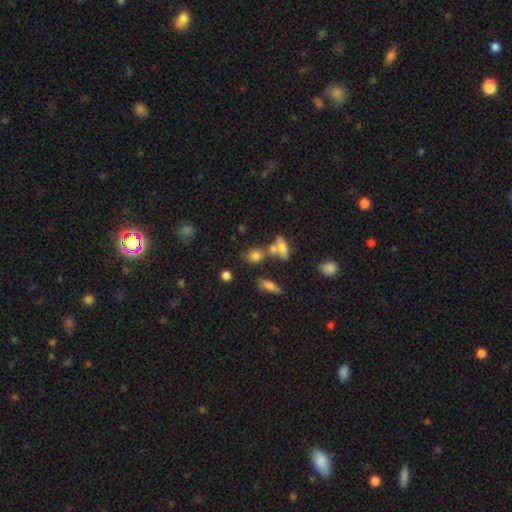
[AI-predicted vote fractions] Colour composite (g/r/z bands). It shows a smooth galaxy with no disk features (77%) that is in between round and cigar-shaped (49%). Merging: none (52%).